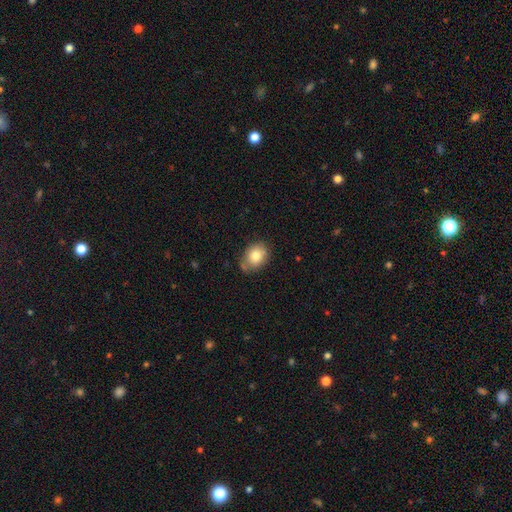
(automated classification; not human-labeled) A smooth galaxy with no disk features (80%) that is in between round and cigar-shaped (56%).

Vote fractions:
- Smooth or featured? smooth: 80% / featured or disk: 11% / star or artifact: 9%
- How rounded? in between: 56% / round: 43% / cigar-shaped: 1%
- Merging? none: 68% / minor disturbance: 23% / merger: 5% / major disturbance: 4%